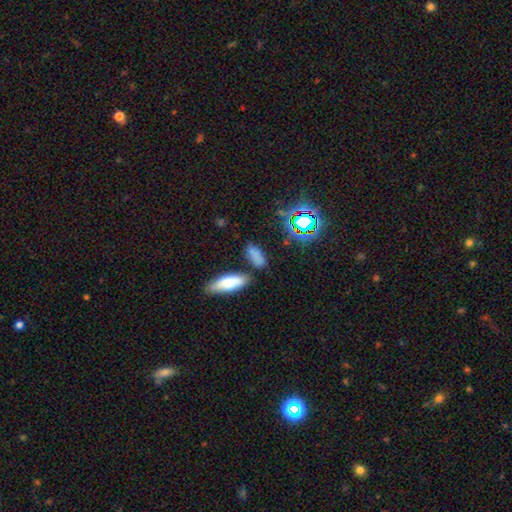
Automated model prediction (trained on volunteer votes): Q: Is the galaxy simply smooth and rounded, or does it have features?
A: smooth — 76%.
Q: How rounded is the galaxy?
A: in between — 73%.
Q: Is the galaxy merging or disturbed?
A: none — 69%.